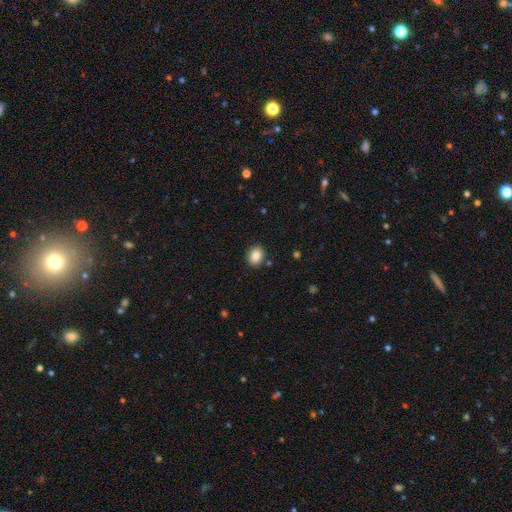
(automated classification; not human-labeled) This appears to be a smooth galaxy with no disk features (86%) that is round (51%). Merging: none (88%).